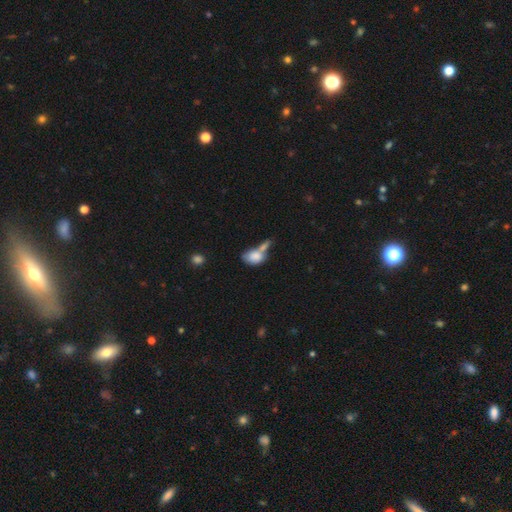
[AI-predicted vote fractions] A smooth galaxy with no disk features (80%) that is in between round and cigar-shaped (81%). Merging: merger (53%).